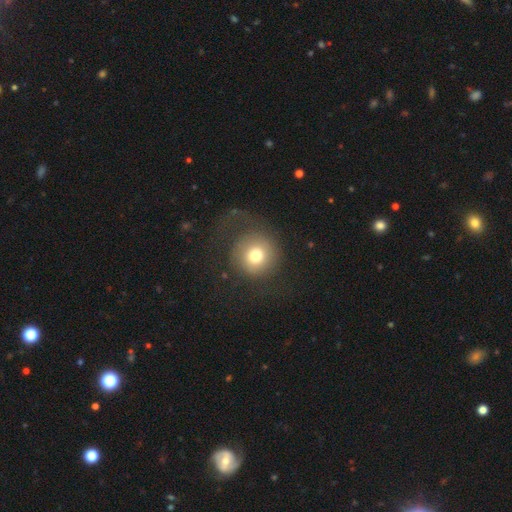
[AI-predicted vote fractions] Smooth or featured? smooth (70%)
How rounded? round (93%)
Merging? none (56%)